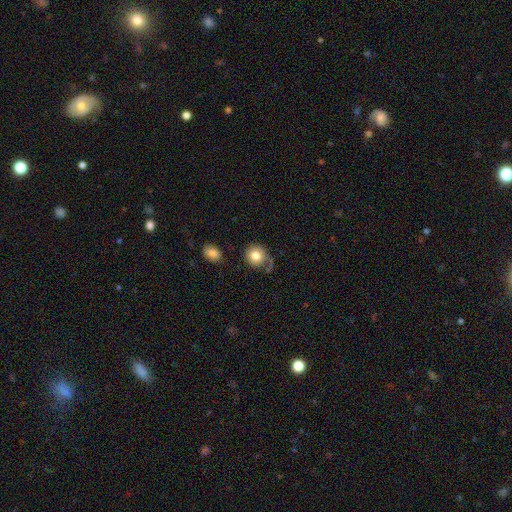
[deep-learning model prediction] smooth-or-featured: smooth: 79% | featured or disk: 13% | star or artifact: 8%
  how-rounded: round: 86% | in between: 14% | cigar-shaped: 1%
  merging: none: 55% | minor disturbance: 22% | major disturbance: 16% | merger: 6%